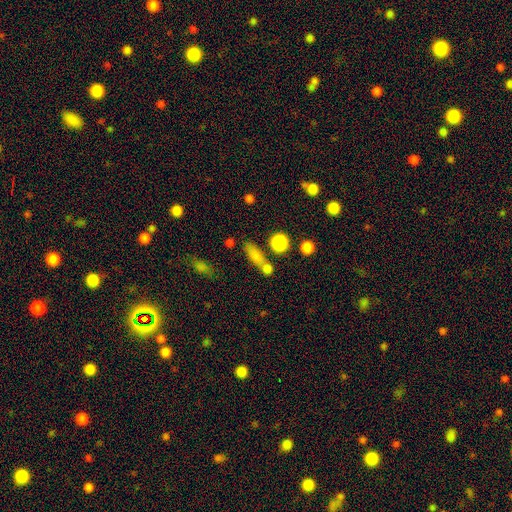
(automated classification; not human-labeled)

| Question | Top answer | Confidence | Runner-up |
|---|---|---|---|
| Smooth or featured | smooth | 76% | star or artifact (13%) |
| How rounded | in between | 45% | cigar-shaped (38%) |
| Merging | none | 56% | merger (27%) |